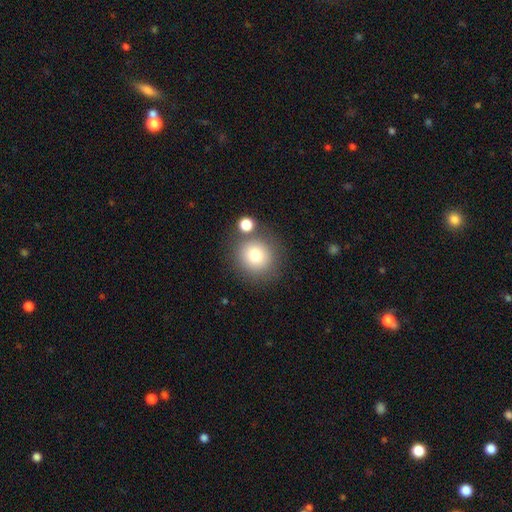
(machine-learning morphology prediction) Smooth or featured: smooth — 78% (star or artifact — 11%)
How rounded: round — 92% (in between — 7%)
Merging: none — 74% (merger — 11%)